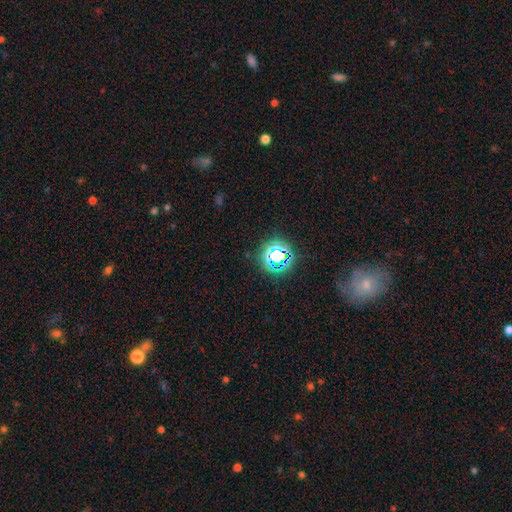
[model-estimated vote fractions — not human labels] Q: Smooth or featured?
A: star or artifact (71%); runner-up: smooth (19%)